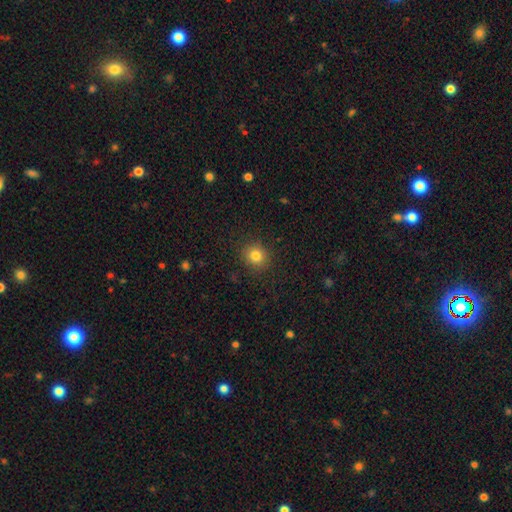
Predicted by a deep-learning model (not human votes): Smooth or featured? smooth (81%)
How rounded? round (83%)
Merging? none (89%)